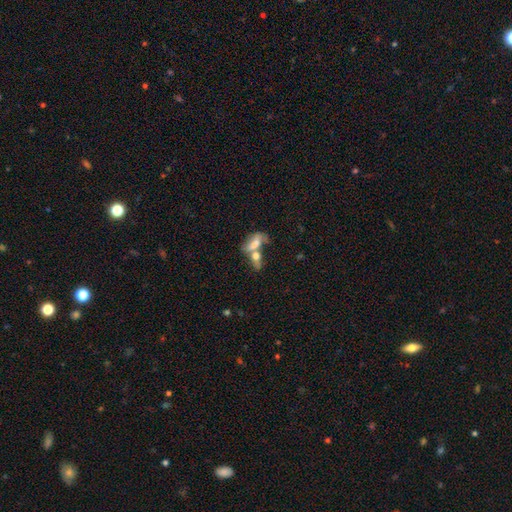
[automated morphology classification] Smooth or featured? smooth (61%)
How rounded? in between (75%)
Merging? merger (62%)